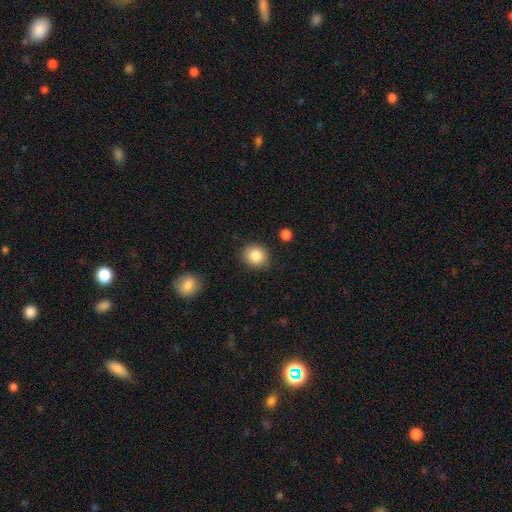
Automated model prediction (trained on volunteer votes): smooth-or-featured: smooth: 86% | star or artifact: 9% | featured or disk: 5%
  how-rounded: round: 74% | in between: 25% | cigar-shaped: 1%
  merging: none: 86% | minor disturbance: 9% | major disturbance: 3% | merger: 2%